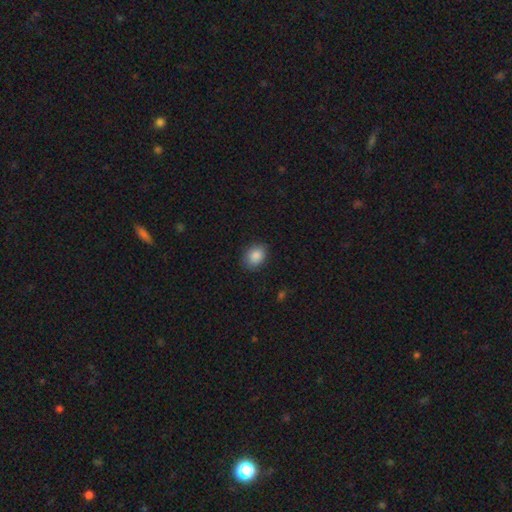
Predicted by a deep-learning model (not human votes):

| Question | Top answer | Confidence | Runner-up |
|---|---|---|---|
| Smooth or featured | smooth | 88% | star or artifact (8%) |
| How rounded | in between | 68% | round (31%) |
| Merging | none | 85% | minor disturbance (11%) |